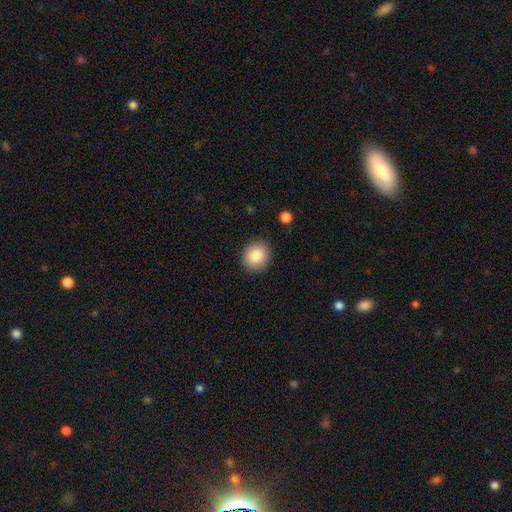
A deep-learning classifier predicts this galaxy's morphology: Smooth or featured? smooth (84%)
How rounded? round (82%)
Merging? none (90%)